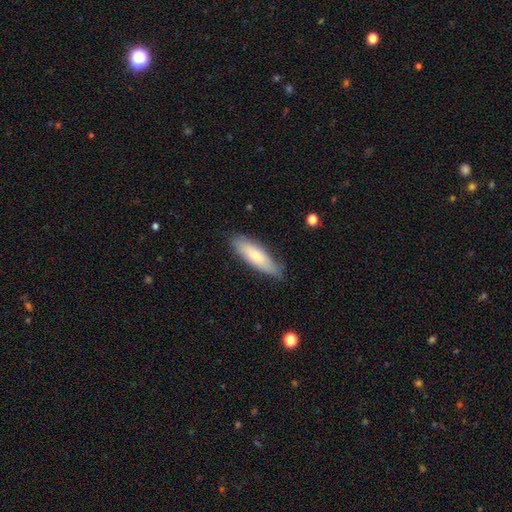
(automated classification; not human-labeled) Morphology: type=smooth (72%); roundness=cigar-shaped (53%); merging=none (77%).